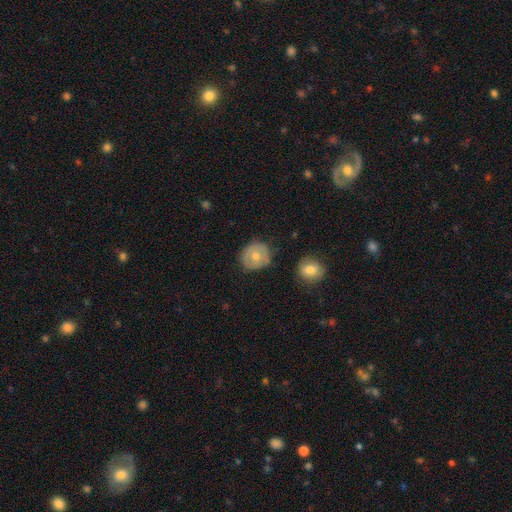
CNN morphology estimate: Smooth or featured? smooth (62%)
How rounded? round (87%)
Merging? none (76%)